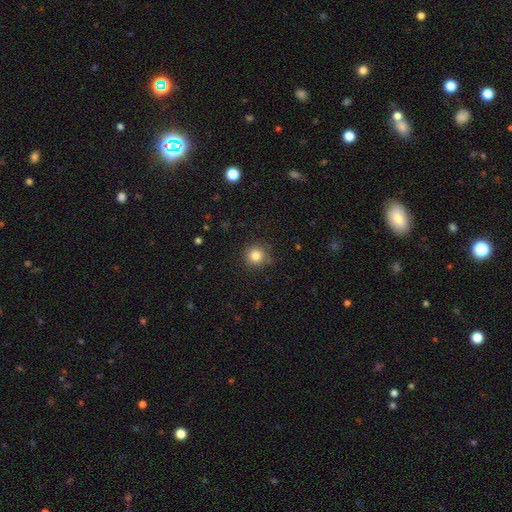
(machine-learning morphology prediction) Overall: smooth (83%). How rounded: round (94%). Merging: none (86%).